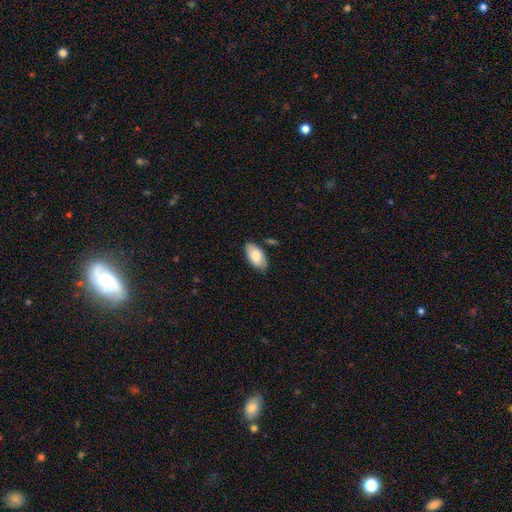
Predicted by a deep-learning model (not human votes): Smooth or featured?
  - smooth: 79% *
  - featured or disk: 15%
  - star or artifact: 6%
How rounded?
  - in between: 95% *
  - cigar-shaped: 3%
  - round: 2%
Merging?
  - none: 78% *
  - minor disturbance: 16%
  - merger: 3%
  - major disturbance: 3%